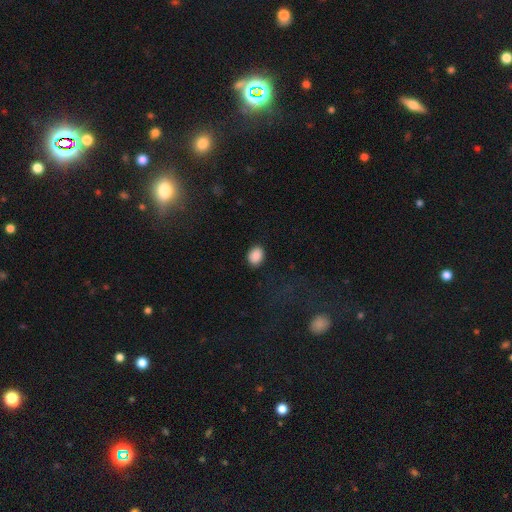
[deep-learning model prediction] Smooth or featured? Predicted: smooth (p=0.89). How rounded? Predicted: in between (p=0.71). Merging? Predicted: none (p=0.88).